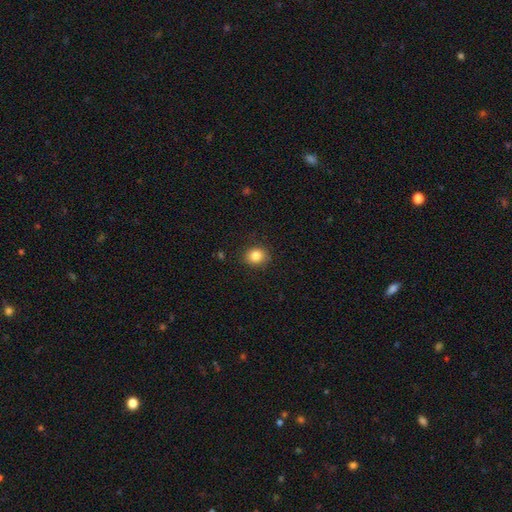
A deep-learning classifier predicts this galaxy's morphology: smooth_or_featured: smooth (p=0.84) [alt: star or artifact p=0.10]
how_rounded: round (p=0.68) [alt: in between p=0.31]
merging: none (p=0.87) [alt: minor disturbance p=0.09]